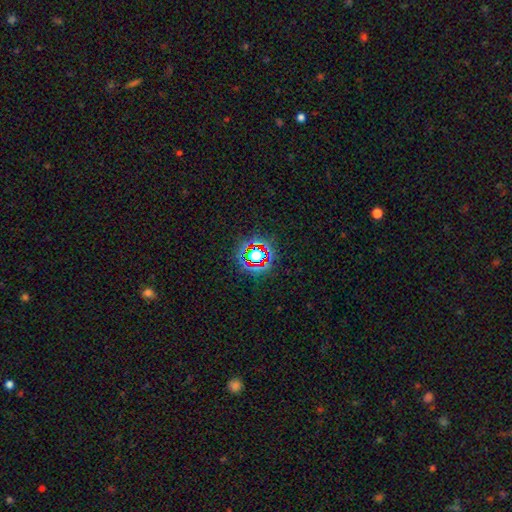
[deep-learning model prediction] Q: Smooth or featured?
A: star or artifact (68%); runner-up: smooth (20%)